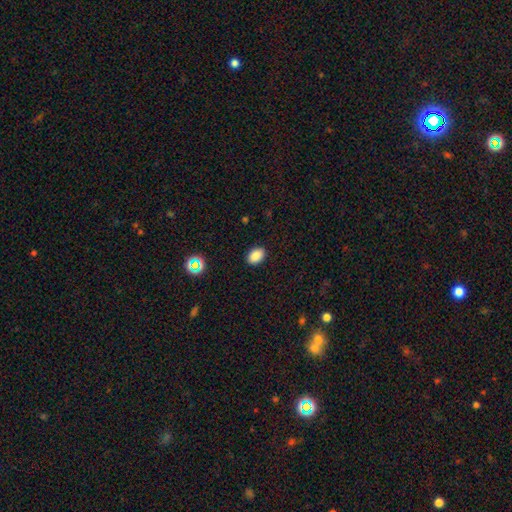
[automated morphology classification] Smooth or featured? Predicted: smooth (p=0.86). How rounded? Predicted: in between (p=0.83). Merging? Predicted: none (p=0.89).